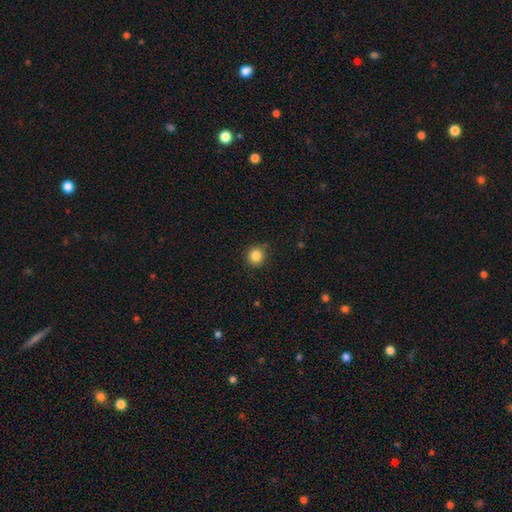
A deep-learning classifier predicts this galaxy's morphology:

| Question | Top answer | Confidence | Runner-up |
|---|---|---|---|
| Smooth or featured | smooth | 85% | star or artifact (11%) |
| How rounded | round | 92% | in between (7%) |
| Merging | none | 86% | minor disturbance (10%) |